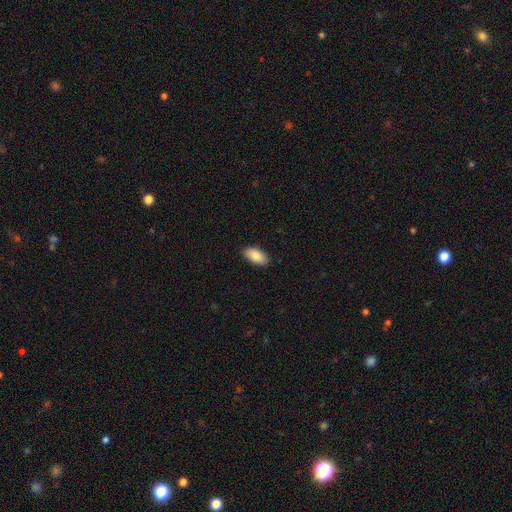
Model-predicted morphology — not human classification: Smooth or featured: smooth — 86% (featured or disk — 8%)
How rounded: in between — 94% (cigar-shaped — 4%)
Merging: none — 89% (minor disturbance — 8%)